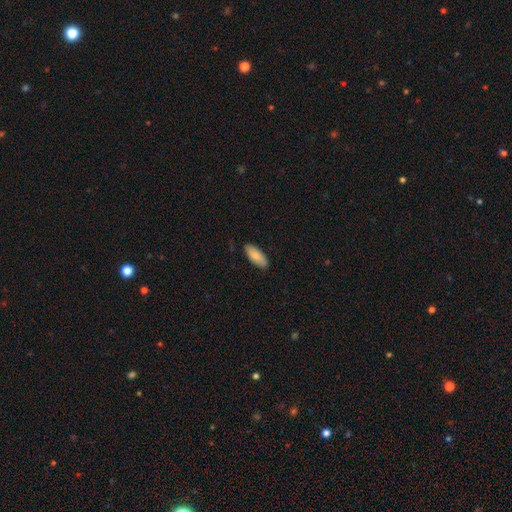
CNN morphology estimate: smooth_or_featured: smooth (p=0.85) [alt: featured or disk p=0.10]
how_rounded: in between (p=0.82) [alt: cigar-shaped p=0.17]
merging: none (p=0.86) [alt: minor disturbance p=0.11]